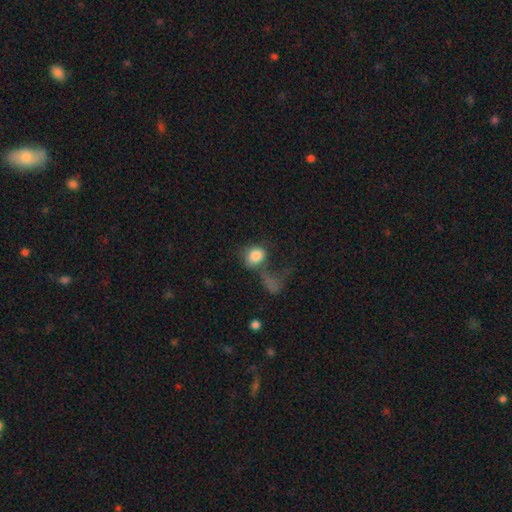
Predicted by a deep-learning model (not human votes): Smooth or featured?
  - smooth: 80% *
  - featured or disk: 11%
  - star or artifact: 9%
How rounded?
  - round: 54% *
  - in between: 44%
  - cigar-shaped: 2%
Merging?
  - major disturbance: 39% *
  - none: 27%
  - merger: 18%
  - minor disturbance: 17%